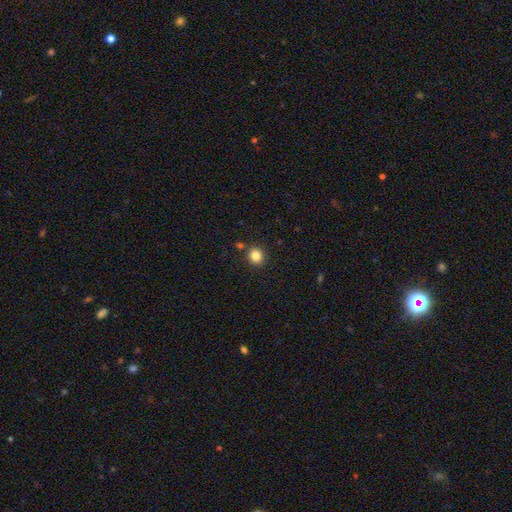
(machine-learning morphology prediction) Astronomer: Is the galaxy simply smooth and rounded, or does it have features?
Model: smooth — 84%.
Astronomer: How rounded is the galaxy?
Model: round — 84%.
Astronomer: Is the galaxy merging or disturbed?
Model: none — 85%.